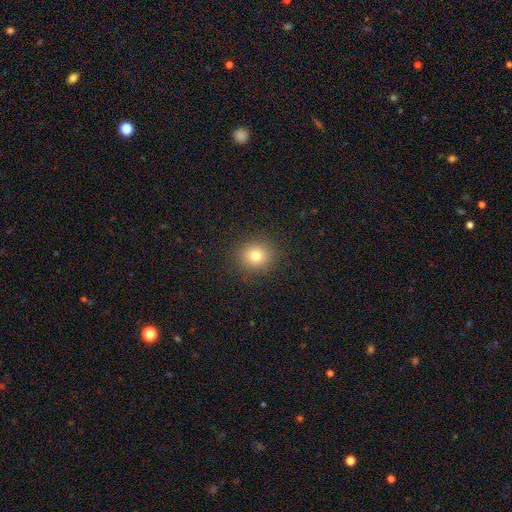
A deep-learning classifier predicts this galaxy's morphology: This appears to be a smooth galaxy with no disk features (77%) that is round (84%). Merging: none (90%).